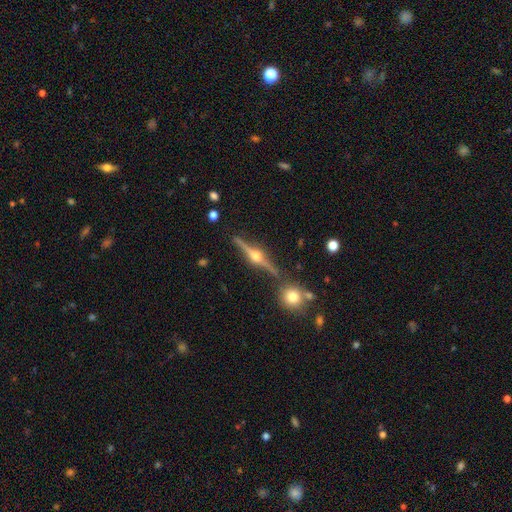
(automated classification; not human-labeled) smooth-or-featured: featured or disk: 87% | smooth: 7% | star or artifact: 6%
  disk-edge-on: yes: 98% | no: 2%
    edge-on-bulge: rounded: 96% | boxy: 2% | none: 1%
  merging: none: 85% | minor disturbance: 8% | merger: 5% | major disturbance: 2%